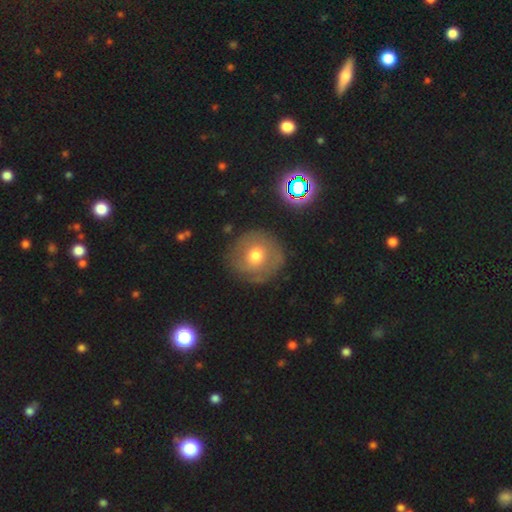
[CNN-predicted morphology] This appears to be a smooth galaxy with no disk features (49%). Merging: none (82%).